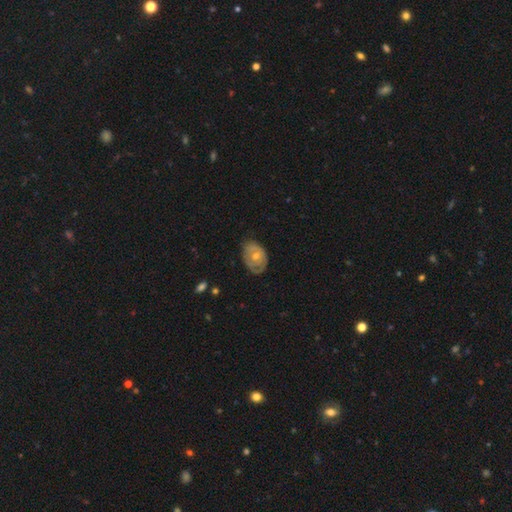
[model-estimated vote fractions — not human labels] Overall: featured or disk (53%; smooth 41%). Edge-on disk: no (94%). Merging: none (60%; minor disturbance 30%).